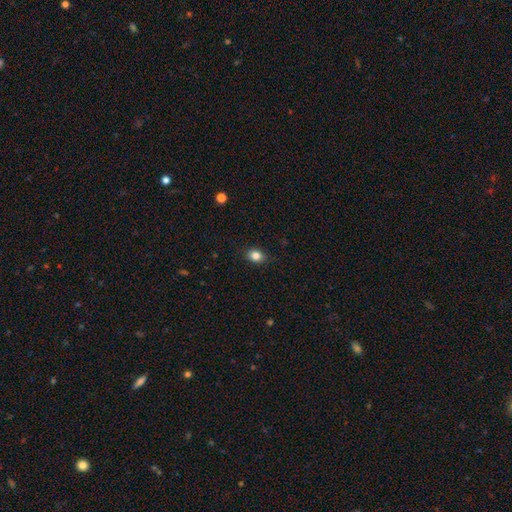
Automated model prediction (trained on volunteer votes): A smooth galaxy with no disk features (83%) that is in between round and cigar-shaped (56%).

Vote fractions:
- Smooth or featured? smooth: 83% / star or artifact: 11% / featured or disk: 6%
- How rounded? in between: 56% / round: 43% / cigar-shaped: 1%
- Merging? none: 86% / minor disturbance: 11% / major disturbance: 2% / merger: 1%